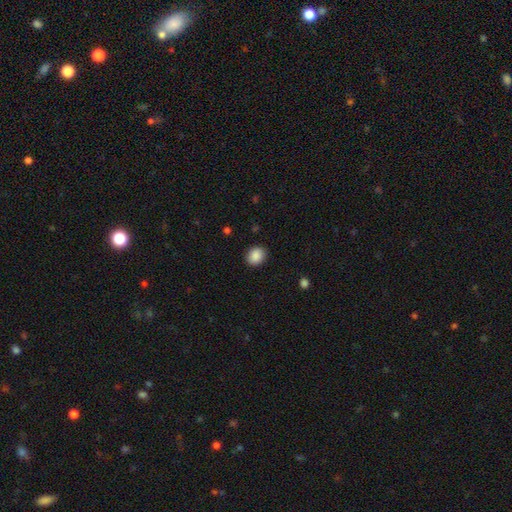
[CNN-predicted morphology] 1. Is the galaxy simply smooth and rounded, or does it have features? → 89% smooth, 8% star or artifact, 3% featured or disk.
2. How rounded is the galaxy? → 57% round, 42% in between, 1% cigar-shaped.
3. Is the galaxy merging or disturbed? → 89% none, 8% minor disturbance, 2% major disturbance, 1% merger.